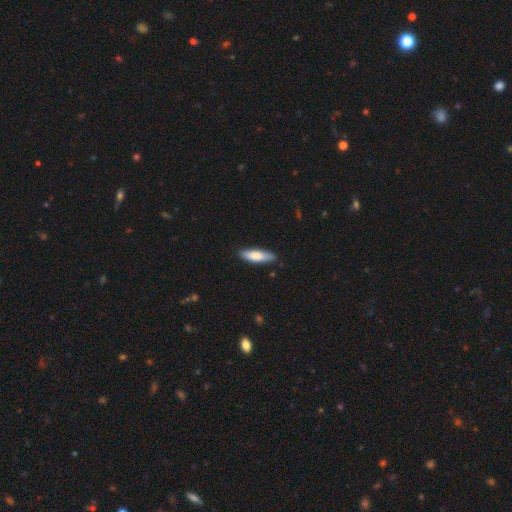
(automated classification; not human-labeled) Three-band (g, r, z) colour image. It shows a smooth galaxy with no disk features (76%) that is cigar-shaped (59%). Merging: none (84%).